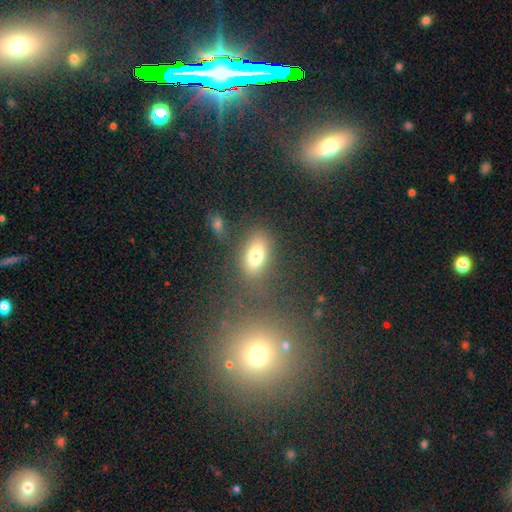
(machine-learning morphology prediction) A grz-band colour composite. It shows a smooth galaxy with no disk features (75%) that is in between round and cigar-shaped (80%). Merging: none (76%).